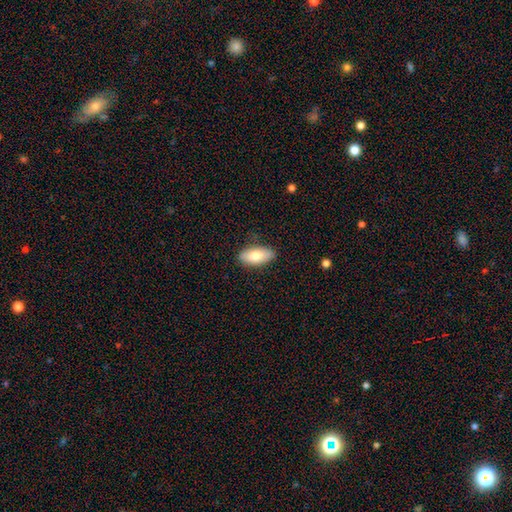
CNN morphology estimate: The model was most divided on "smooth or featured": smooth: 78%, featured or disk: 16%, star or artifact: 6%. More confident: how rounded — in between (89%); merging — none (83%).